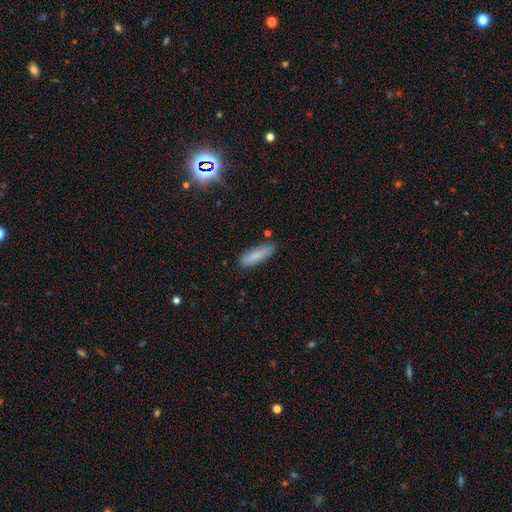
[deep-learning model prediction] Q: Smooth or featured?
A: smooth (81%); runner-up: featured or disk (12%)
Q: How rounded?
A: cigar-shaped (52%); runner-up: in between (46%)
Q: Merging?
A: none (79%); runner-up: minor disturbance (16%)